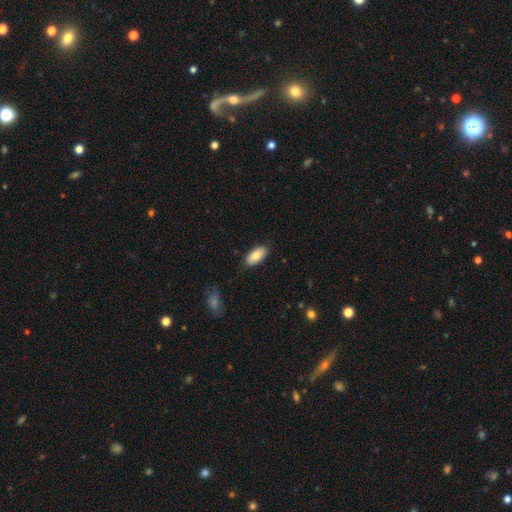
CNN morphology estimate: Smooth or featured?
  - smooth: 84% *
  - featured or disk: 10%
  - star or artifact: 6%
How rounded?
  - in between: 93% *
  - cigar-shaped: 5%
  - round: 2%
Merging?
  - none: 86% *
  - minor disturbance: 11%
  - major disturbance: 2%
  - merger: 1%